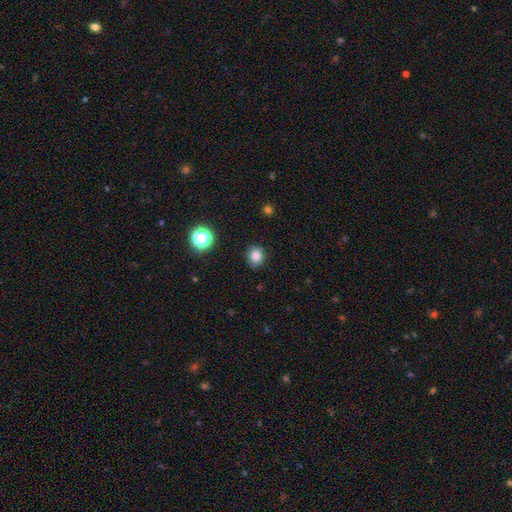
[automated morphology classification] Smooth or featured?
  - smooth: 82% *
  - star or artifact: 13%
  - featured or disk: 6%
How rounded?
  - round: 76% *
  - in between: 23%
  - cigar-shaped: 1%
Merging?
  - none: 86% *
  - minor disturbance: 10%
  - major disturbance: 3%
  - merger: 1%